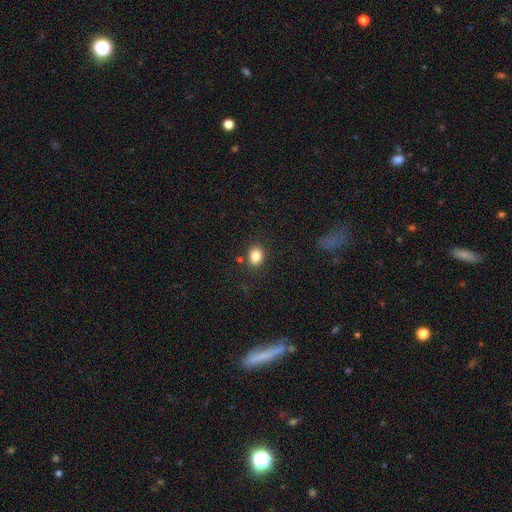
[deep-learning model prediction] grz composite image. It shows a smooth galaxy with no disk features (83%) that is in between round and cigar-shaped (55%). Merging: none (80%).